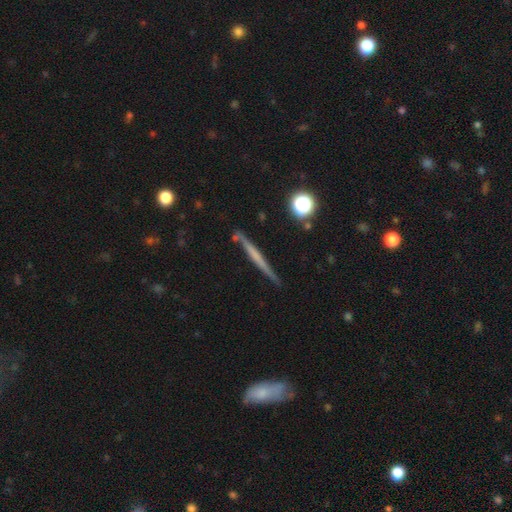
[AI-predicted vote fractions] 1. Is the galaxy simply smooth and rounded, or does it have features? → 55% featured or disk, 38% smooth, 8% star or artifact.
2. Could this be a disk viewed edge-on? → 96% yes, 4% no.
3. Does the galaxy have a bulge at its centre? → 78% none, 13% rounded, 8% boxy.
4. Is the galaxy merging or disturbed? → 86% none, 10% minor disturbance, 2% merger, 2% major disturbance.